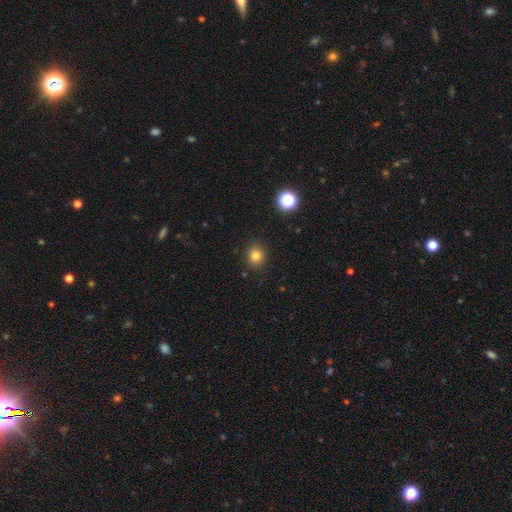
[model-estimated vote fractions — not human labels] Smooth or featured? smooth (80%)
How rounded? round (79%)
Merging? none (88%)